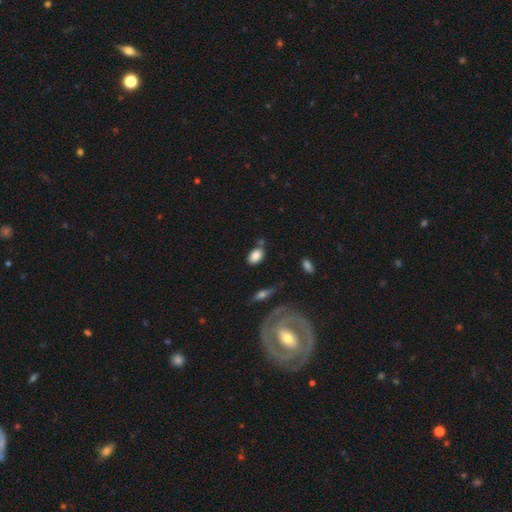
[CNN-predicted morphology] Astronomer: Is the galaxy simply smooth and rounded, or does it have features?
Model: smooth — 83%.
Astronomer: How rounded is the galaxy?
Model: in between — 87%.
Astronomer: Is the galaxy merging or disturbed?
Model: none — 68%.